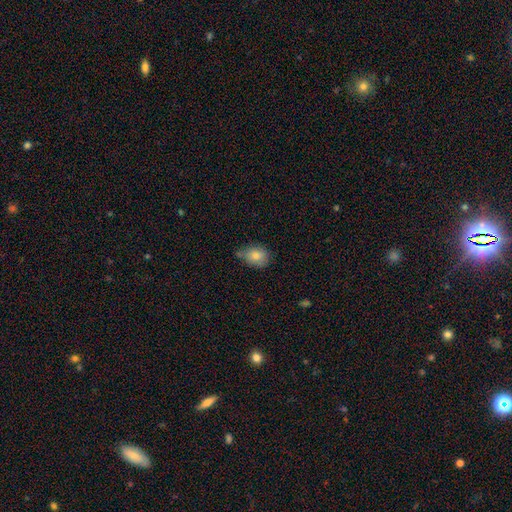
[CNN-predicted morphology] This appears to be a smooth galaxy with no disk features (82%) that is in between round and cigar-shaped (56%). Merging: none (53%).